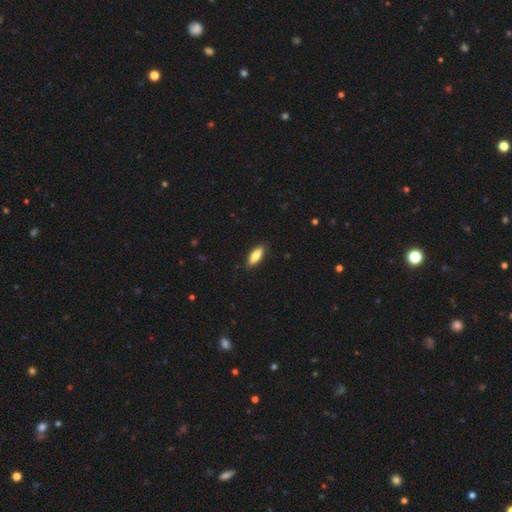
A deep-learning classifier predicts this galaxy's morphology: type=smooth (82%); roundness=in between (70%); merging=none (88%).